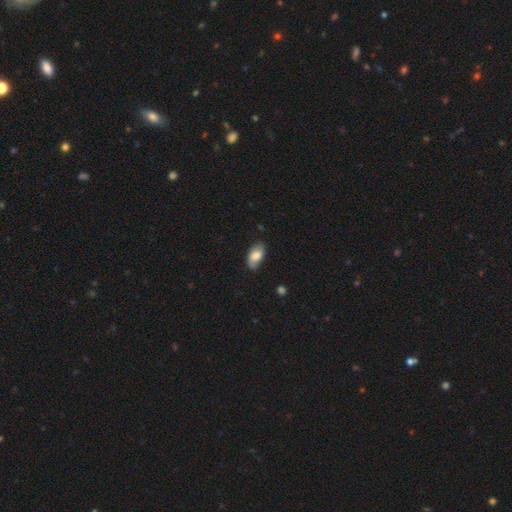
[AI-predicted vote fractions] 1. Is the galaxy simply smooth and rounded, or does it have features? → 71% smooth, 23% featured or disk, 7% star or artifact.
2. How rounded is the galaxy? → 93% in between, 4% round, 3% cigar-shaped.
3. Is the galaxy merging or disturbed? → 71% none, 22% minor disturbance, 4% major disturbance, 2% merger.